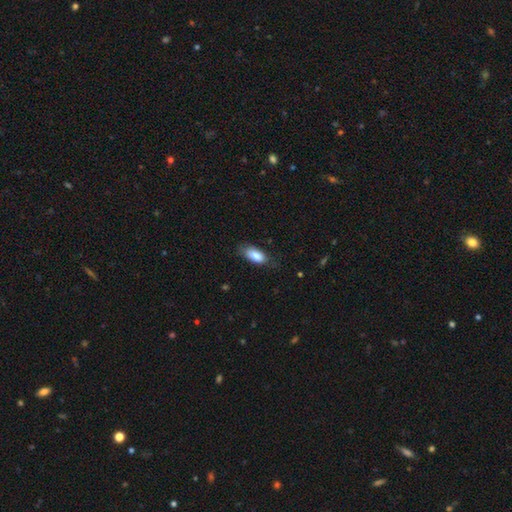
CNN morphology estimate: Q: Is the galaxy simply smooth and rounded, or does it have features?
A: smooth — 84%.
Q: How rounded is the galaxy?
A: in between — 86%.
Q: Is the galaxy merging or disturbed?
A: none — 74%.